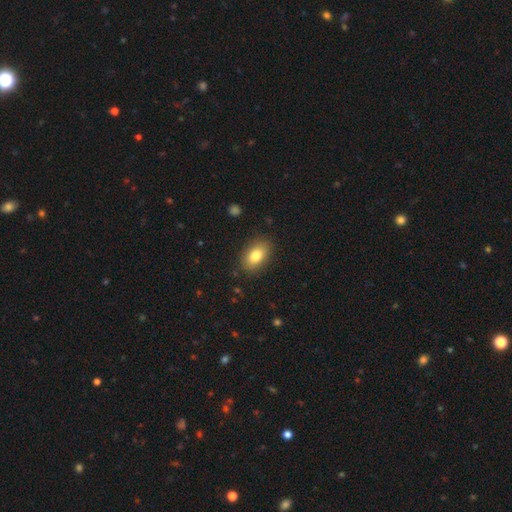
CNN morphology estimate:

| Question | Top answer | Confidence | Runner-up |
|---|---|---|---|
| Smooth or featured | smooth | 82% | featured or disk (10%) |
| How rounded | in between | 87% | round (11%) |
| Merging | none | 85% | minor disturbance (11%) |